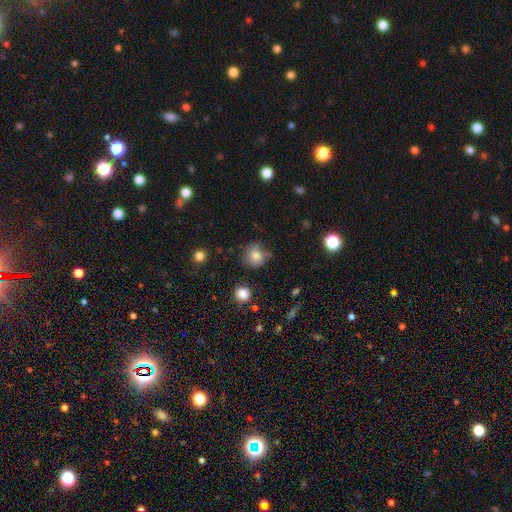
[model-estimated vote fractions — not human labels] Overall: smooth (78%). How rounded: round (86%). Merging: none (70%).